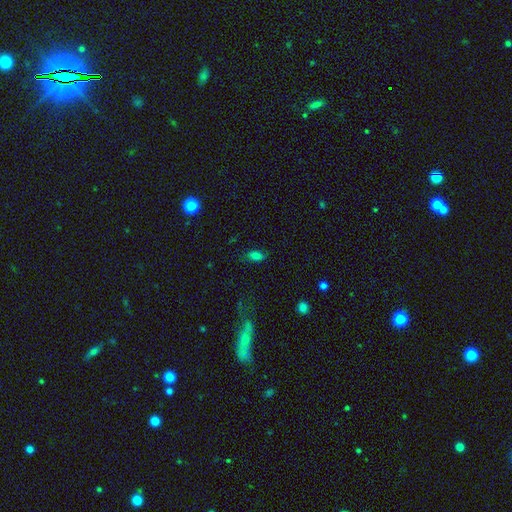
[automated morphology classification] Smooth or featured?
  - smooth: 75% *
  - star or artifact: 16%
  - featured or disk: 9%
How rounded?
  - in between: 87% *
  - round: 9%
  - cigar-shaped: 5%
Merging?
  - none: 73% *
  - minor disturbance: 18%
  - major disturbance: 7%
  - merger: 2%